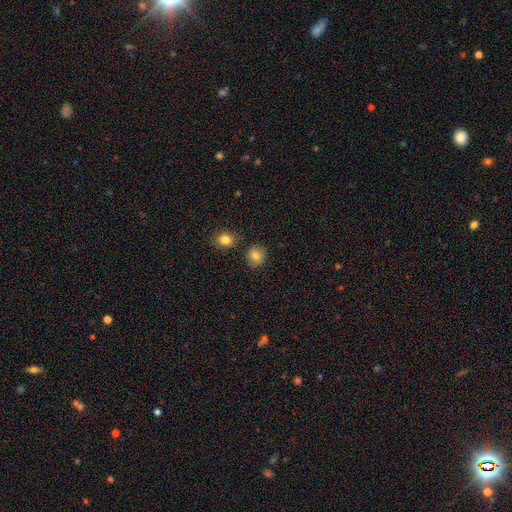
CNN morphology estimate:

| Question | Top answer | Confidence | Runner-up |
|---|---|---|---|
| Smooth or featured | smooth | 79% | featured or disk (11%) |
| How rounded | round | 81% | in between (18%) |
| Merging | none | 80% | minor disturbance (12%) |